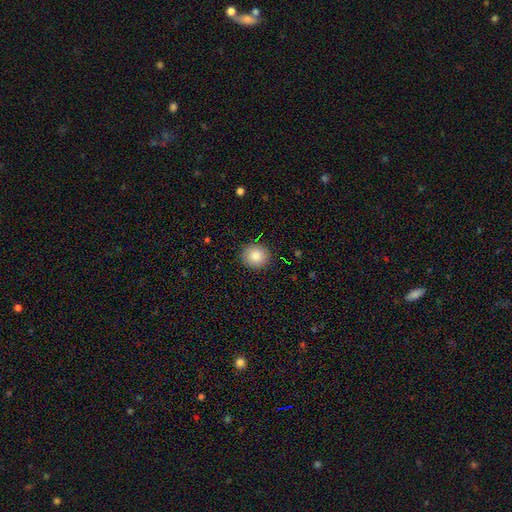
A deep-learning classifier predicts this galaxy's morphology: This is clearly a smooth galaxy (82%). How rounded: clearly round (90%). Merging: clearly none (89%).